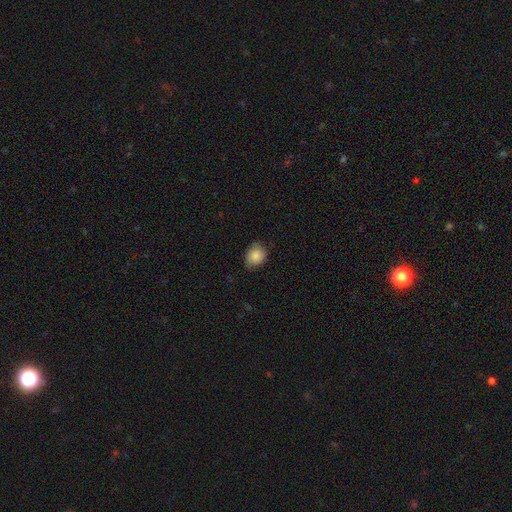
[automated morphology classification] Smooth or featured?
  - smooth: 84% *
  - featured or disk: 8%
  - star or artifact: 8%
How rounded?
  - in between: 52% *
  - round: 47%
  - cigar-shaped: 1%
Merging?
  - none: 68% *
  - minor disturbance: 27%
  - major disturbance: 5%
  - merger: 1%